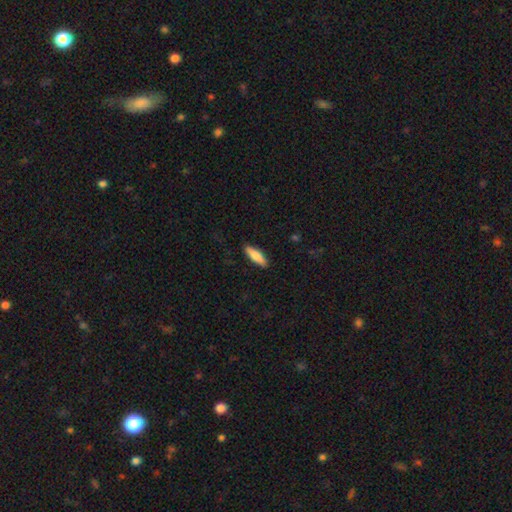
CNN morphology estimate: Smooth or featured?
  - smooth: 80% *
  - featured or disk: 15%
  - star or artifact: 5%
How rounded?
  - cigar-shaped: 56% *
  - in between: 42%
  - round: 2%
Merging?
  - none: 89% *
  - minor disturbance: 9%
  - major disturbance: 2%
  - merger: 1%